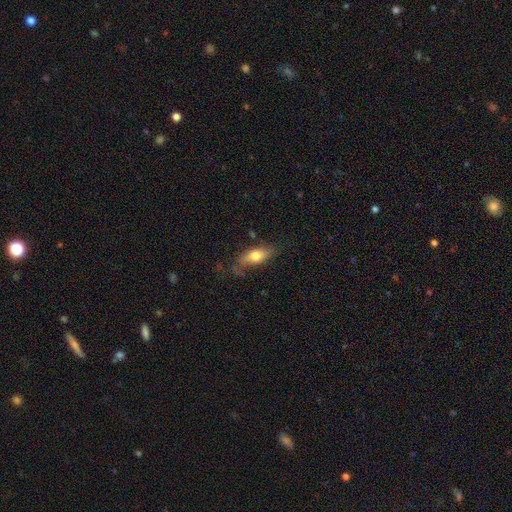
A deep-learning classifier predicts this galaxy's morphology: smooth 71%, featured or disk 23%, star or artifact 7%. Down the decision tree: how rounded — in between (80%); merging — none (62%).